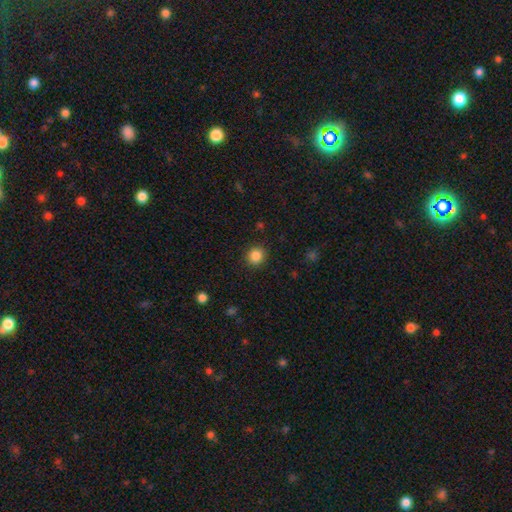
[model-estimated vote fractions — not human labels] A smooth galaxy with no disk features (86%) that is round (90%).

Vote fractions:
- Smooth or featured? smooth: 86% / star or artifact: 10% / featured or disk: 4%
- How rounded? round: 90% / in between: 9% / cigar-shaped: 1%
- Merging? none: 90% / minor disturbance: 6% / major disturbance: 2% / merger: 1%